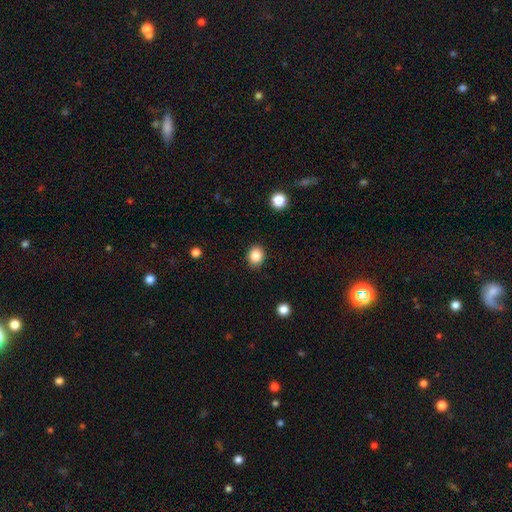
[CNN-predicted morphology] A smooth galaxy with no disk features (86%) that is round (64%). Merging: none (87%).